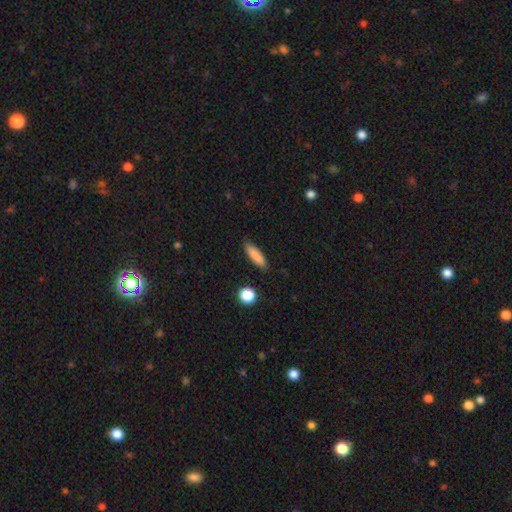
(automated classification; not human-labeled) This is clearly a smooth galaxy (86%). How rounded: likely cigar-shaped (62%). Merging: clearly none (87%).